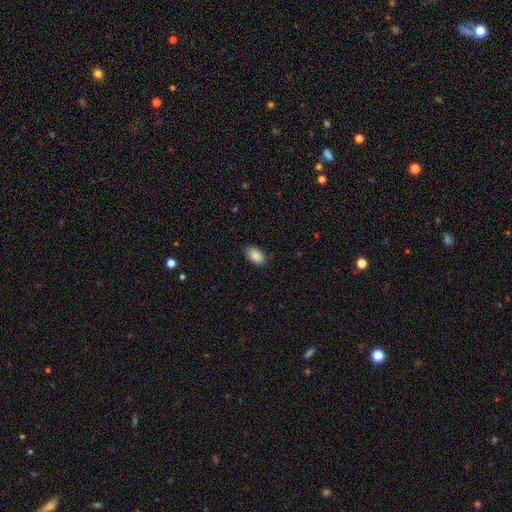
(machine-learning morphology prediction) A smooth galaxy with no disk features (89%) that is in between round and cigar-shaped (93%). Merging: none (87%).